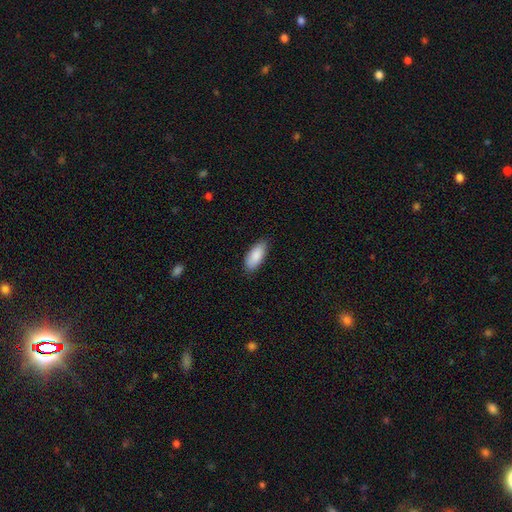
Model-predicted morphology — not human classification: The model was most divided on "merging": none: 85%, minor disturbance: 12%, major disturbance: 2%, merger: 1%. More confident: smooth or featured — smooth (89%); how rounded — in between (88%).